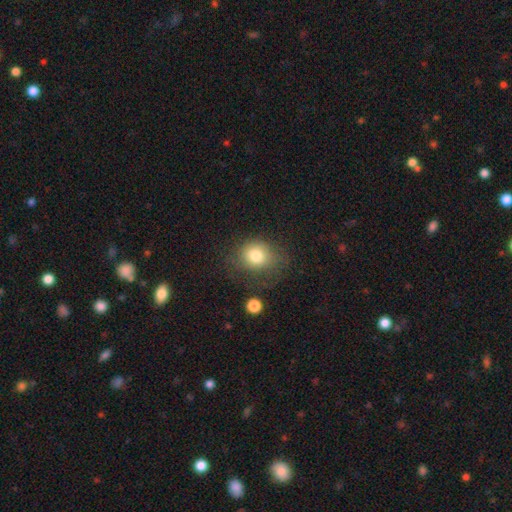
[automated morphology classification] type=smooth (78%); roundness=round (68%); merging=none (59%).